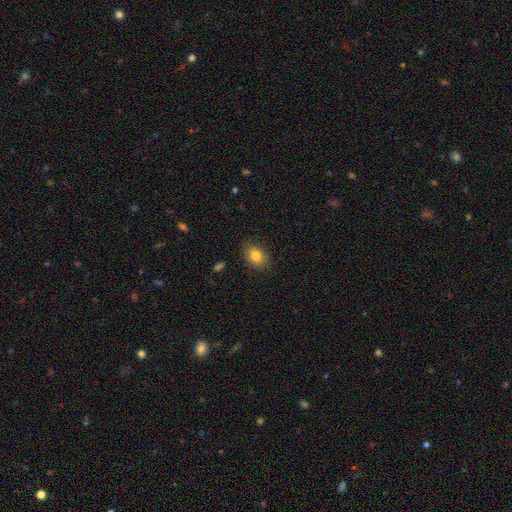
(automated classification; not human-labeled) Smooth or featured: smooth — 83% (star or artifact — 9%)
How rounded: in between — 69% (round — 29%)
Merging: none — 84% (minor disturbance — 12%)